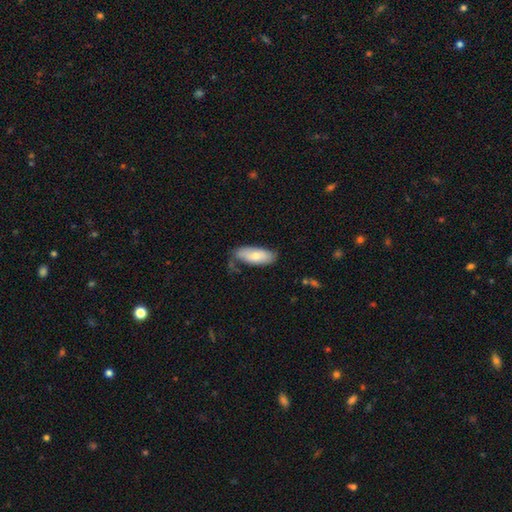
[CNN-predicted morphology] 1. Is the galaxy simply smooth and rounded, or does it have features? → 68% smooth, 26% featured or disk, 6% star or artifact.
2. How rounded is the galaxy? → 83% in between, 15% cigar-shaped, 2% round.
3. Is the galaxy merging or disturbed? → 60% none, 27% minor disturbance, 8% major disturbance, 5% merger.